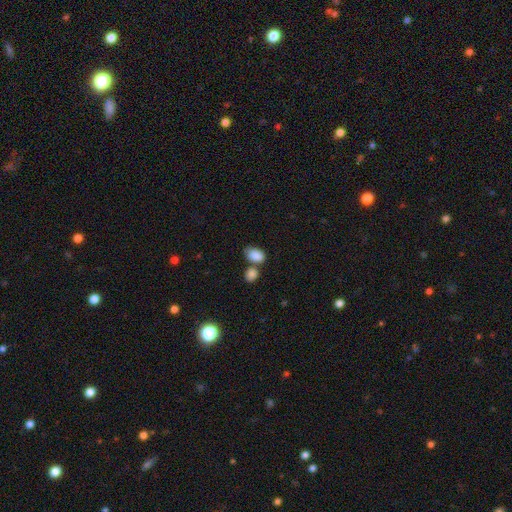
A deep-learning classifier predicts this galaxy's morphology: A smooth galaxy with no disk features (87%) that is in between round and cigar-shaped (87%).

Vote fractions:
- Smooth or featured? smooth: 87% / star or artifact: 8% / featured or disk: 5%
- How rounded? in between: 87% / round: 12% / cigar-shaped: 1%
- Merging? none: 50% / merger: 32% / minor disturbance: 13% / major disturbance: 5%